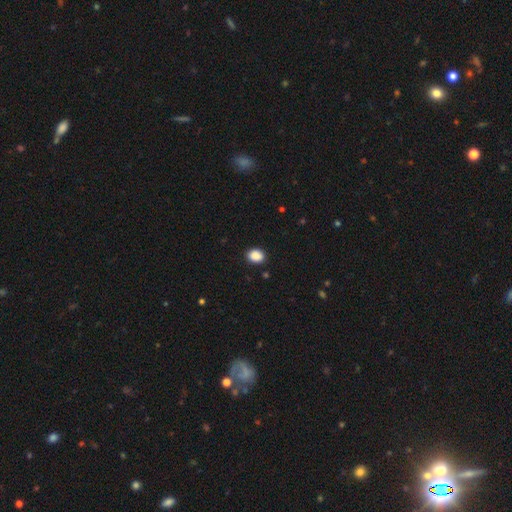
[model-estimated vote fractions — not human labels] smooth 89%, star or artifact 9%, featured or disk 2%. Down the decision tree: how rounded — in between (54%); merging — none (89%).